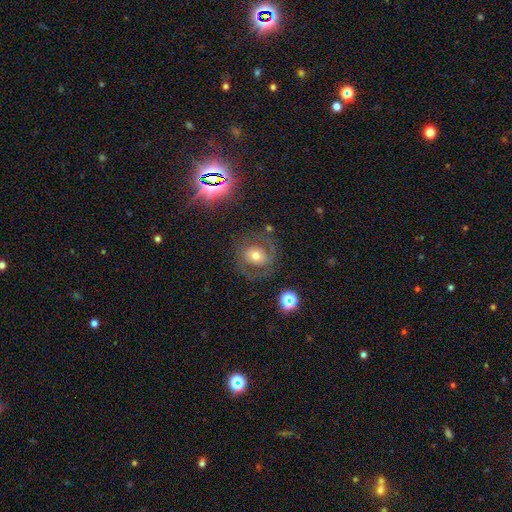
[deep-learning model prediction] Morphology: type=featured or disk (61%); edge-on=no (96%); bar=no (50%); spiral arms=yes (78%); bulge=moderate (63%); merging=none (75%).